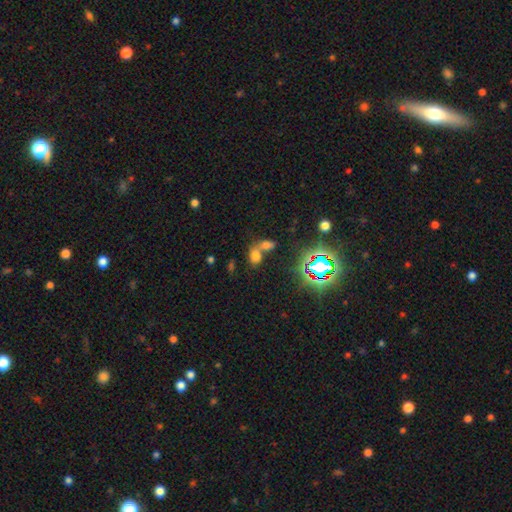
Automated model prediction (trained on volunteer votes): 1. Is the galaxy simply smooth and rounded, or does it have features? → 62% smooth, 27% star or artifact, 12% featured or disk.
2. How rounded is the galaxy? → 70% in between, 27% round, 3% cigar-shaped.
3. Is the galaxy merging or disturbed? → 58% merger, 31% none, 7% minor disturbance, 4% major disturbance.